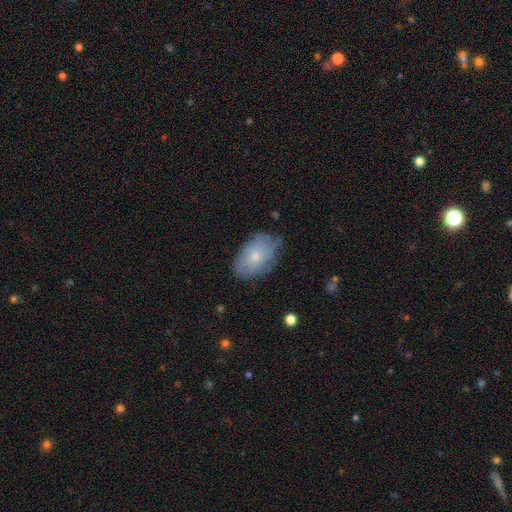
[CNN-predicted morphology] Smooth or featured? smooth (64%)
How rounded? in between (91%)
Merging? none (69%)